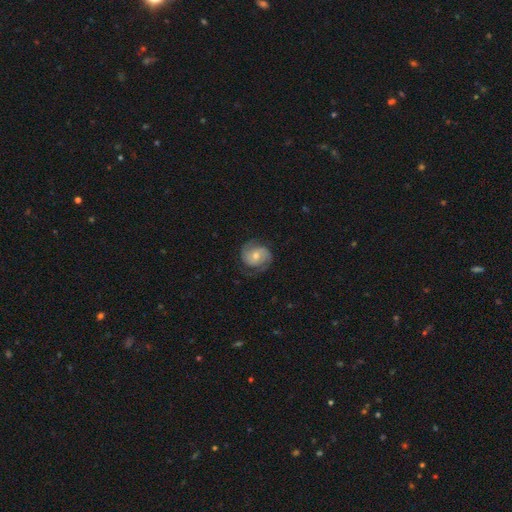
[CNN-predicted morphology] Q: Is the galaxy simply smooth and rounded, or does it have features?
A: featured or disk — 74%.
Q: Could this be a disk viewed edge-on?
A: no — 98%.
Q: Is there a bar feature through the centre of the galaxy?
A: no — 58%.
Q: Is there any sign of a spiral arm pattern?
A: yes — 93%.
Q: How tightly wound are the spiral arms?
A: medium — 43%.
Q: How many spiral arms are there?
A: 2 — 85%.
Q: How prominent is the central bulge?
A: moderate — 59%.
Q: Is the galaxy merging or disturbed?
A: none — 74%.